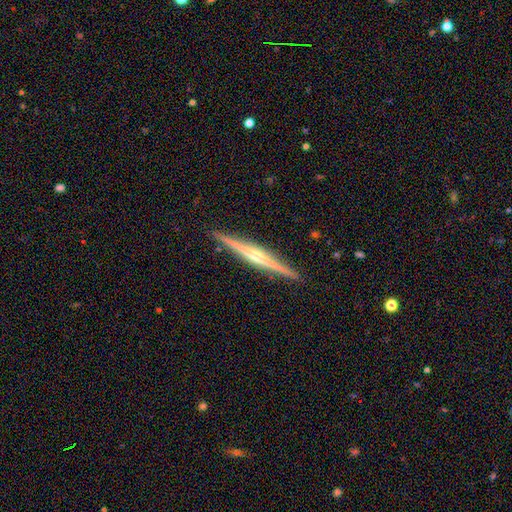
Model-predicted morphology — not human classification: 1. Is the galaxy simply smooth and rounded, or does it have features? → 82% featured or disk, 13% smooth, 5% star or artifact.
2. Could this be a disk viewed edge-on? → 98% yes, 2% no.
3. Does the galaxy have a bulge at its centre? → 70% rounded, 23% none, 7% boxy.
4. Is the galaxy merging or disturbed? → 91% none, 6% minor disturbance, 1% major disturbance, 1% merger.